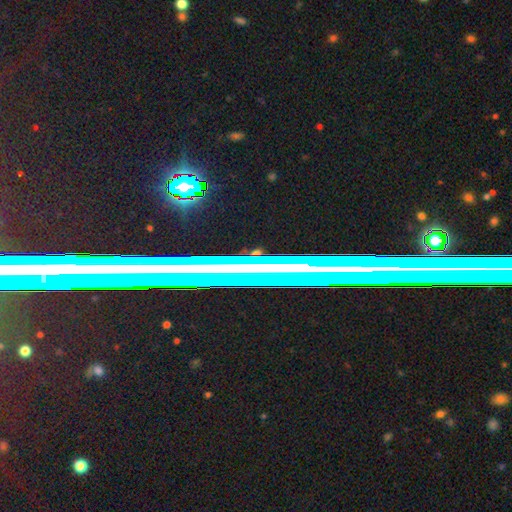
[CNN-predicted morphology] Smooth or featured? star or artifact (42%)